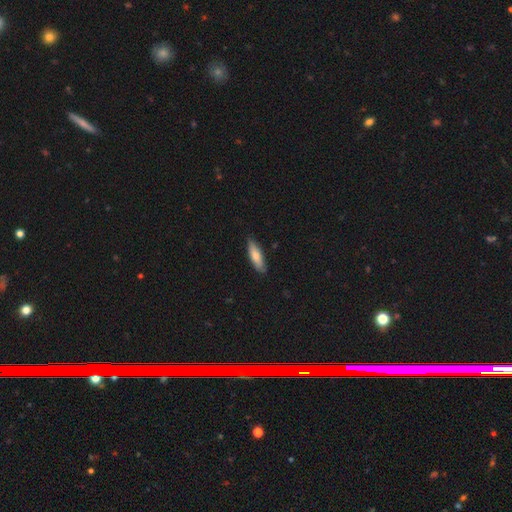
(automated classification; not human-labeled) Smooth or featured? smooth (75%)
How rounded? cigar-shaped (55%)
Merging? none (82%)